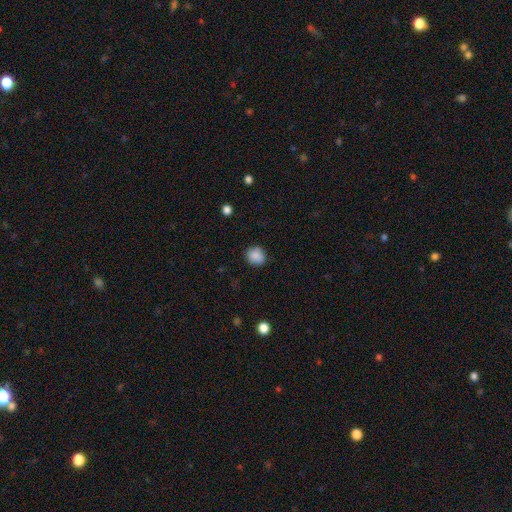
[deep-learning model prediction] Morphology: type=smooth (87%); roundness=round (78%); merging=none (83%).